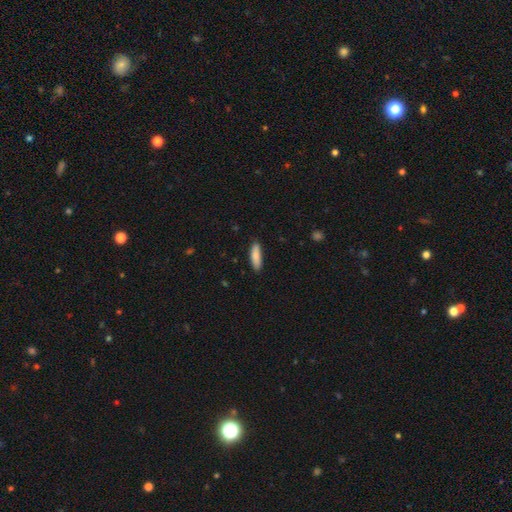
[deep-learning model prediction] Morphology: type=smooth (85%); roundness=cigar-shaped (60%); merging=none (86%).